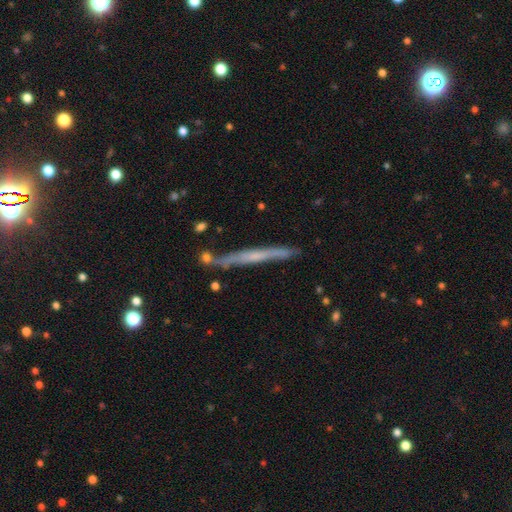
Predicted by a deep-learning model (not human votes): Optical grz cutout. It shows a featured or disk galaxy (61%) viewed edge-on (95%) with no central bulge (68%). Merging: none (81%).